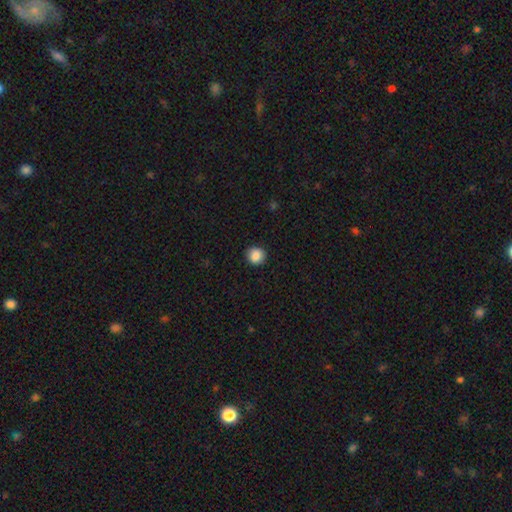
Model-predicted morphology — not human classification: Q: Smooth or featured?
A: smooth (88%); runner-up: star or artifact (9%)
Q: How rounded?
A: round (91%); runner-up: in between (8%)
Q: Merging?
A: none (91%); runner-up: minor disturbance (7%)